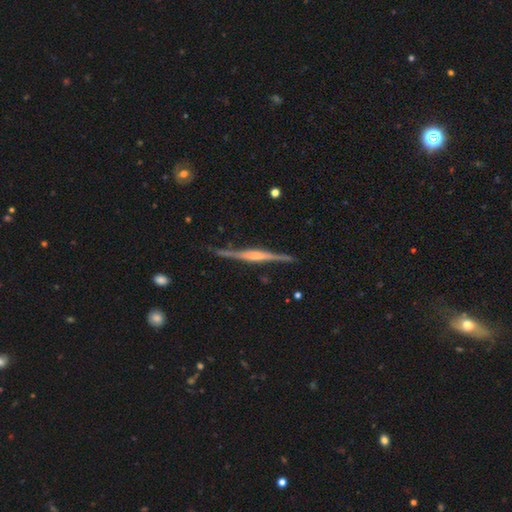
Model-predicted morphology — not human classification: The model was most divided on "edge-on bulge": rounded: 47%, boxy: 37%, none: 17%. More confident: edge-on disk — yes (98%); merging — none (84%); smooth or featured — featured or disk (81%).